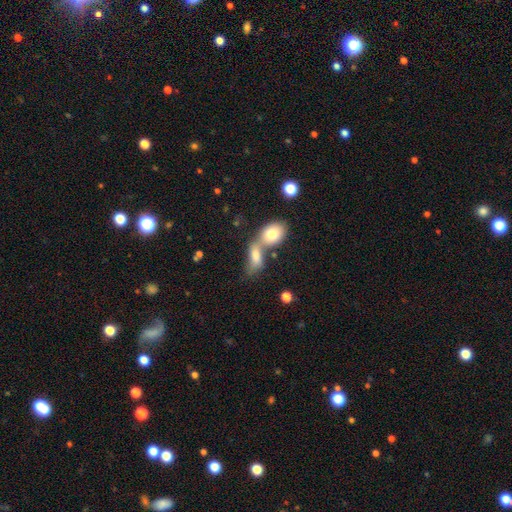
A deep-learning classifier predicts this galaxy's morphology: smooth-or-featured: smooth: 75% | featured or disk: 17% | star or artifact: 8%
  how-rounded: in between: 83% | cigar-shaped: 9% | round: 9%
  merging: merger: 63% | none: 21% | minor disturbance: 9% | major disturbance: 7%